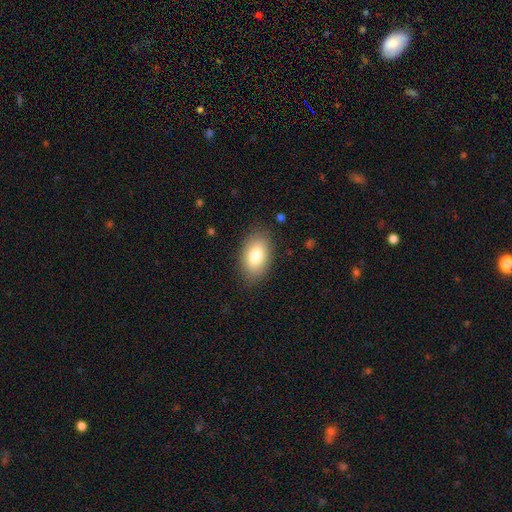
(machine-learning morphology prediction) smooth-or-featured: smooth: 81% | featured or disk: 12% | star or artifact: 7%
  how-rounded: in between: 91% | round: 7% | cigar-shaped: 2%
  merging: none: 84% | minor disturbance: 11% | major disturbance: 3% | merger: 1%